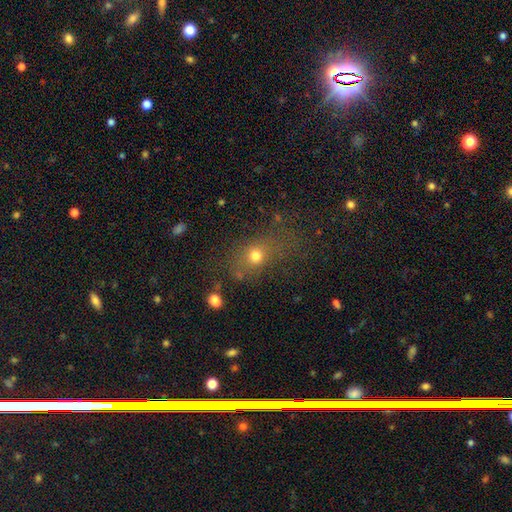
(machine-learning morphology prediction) Smooth or featured: smooth — 69% (star or artifact — 18%)
How rounded: round — 48% (tied with in between — 48%)
Merging: none — 61% (minor disturbance — 18%)